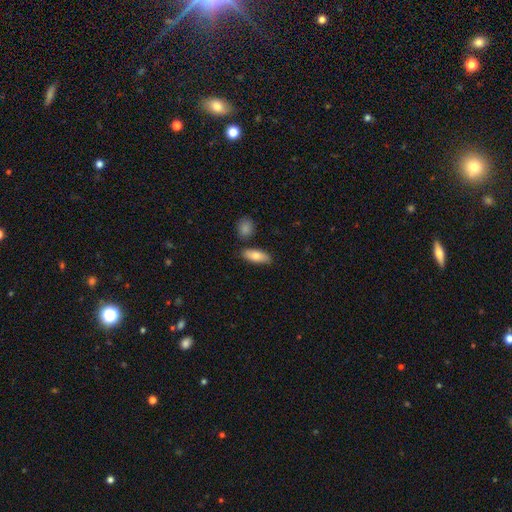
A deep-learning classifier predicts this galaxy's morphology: A smooth galaxy with no disk features (79%) that is in between round and cigar-shaped (77%). Merging: none (79%).